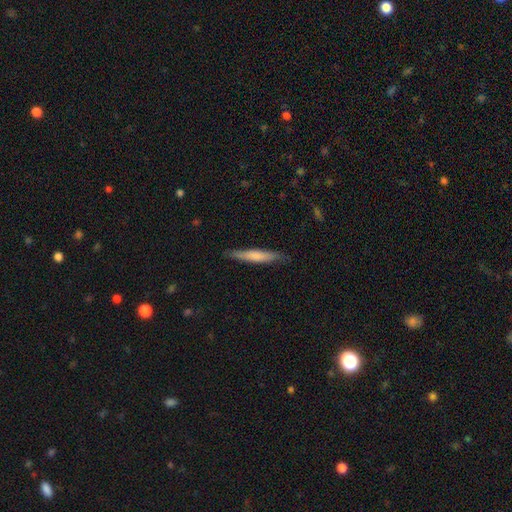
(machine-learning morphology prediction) A smooth galaxy with no disk features (66%) that is cigar-shaped (92%). Merging: none (83%).